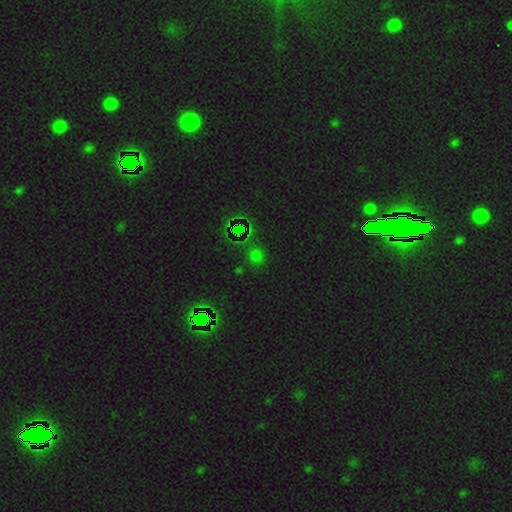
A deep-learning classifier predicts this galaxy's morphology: star or artifact 54%, smooth 40%, featured or disk 6%.